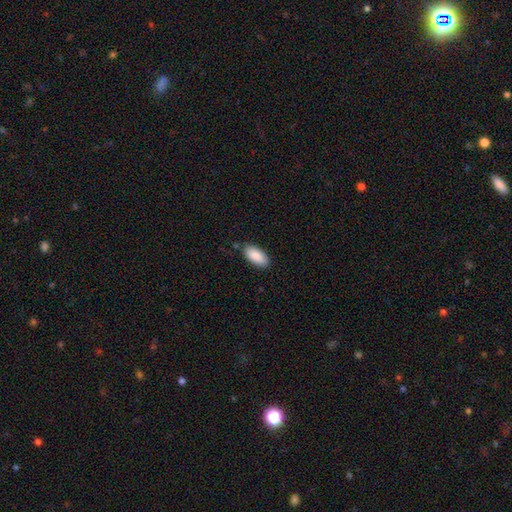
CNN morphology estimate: This appears to be a smooth galaxy with no disk features (89%) that is in between round and cigar-shaped (91%). Merging: none (84%).